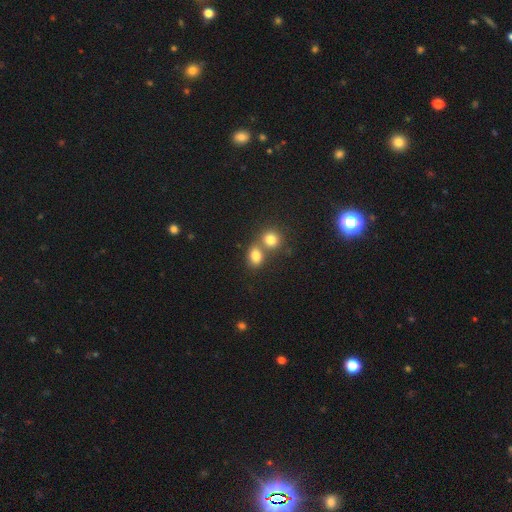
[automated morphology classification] The model was most divided on "merging": merger: 48%, none: 40%, minor disturbance: 8%, major disturbance: 3%. More confident: smooth or featured — smooth (81%); how rounded — in between (55%).